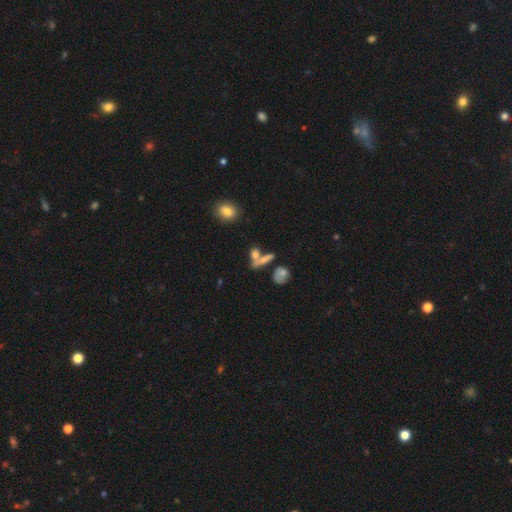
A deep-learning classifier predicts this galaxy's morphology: Smooth or featured? smooth (64%)
How rounded? in between (49%)
Merging? merger (43%)